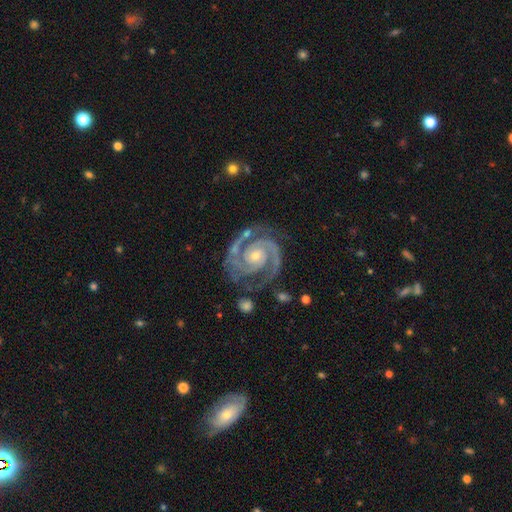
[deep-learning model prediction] A featured or disk galaxy (94%) with no bar (65%), 2 (89%) tight (66%) spiral arms (99%) and a small central bulge (59%). Merging: none (76%).